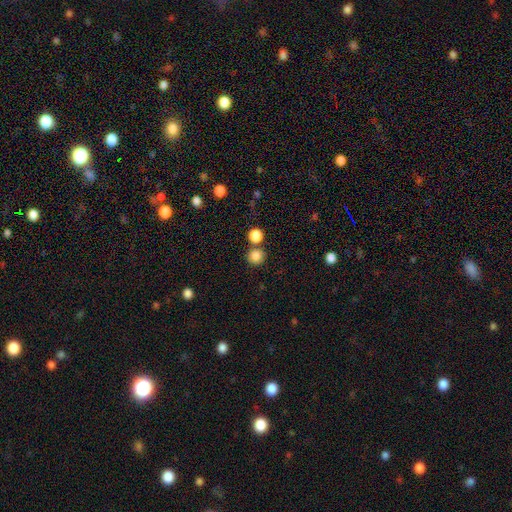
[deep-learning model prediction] Smooth or featured: smooth — 84% (star or artifact — 12%)
How rounded: round — 91% (in between — 8%)
Merging: none — 73% (merger — 16%)